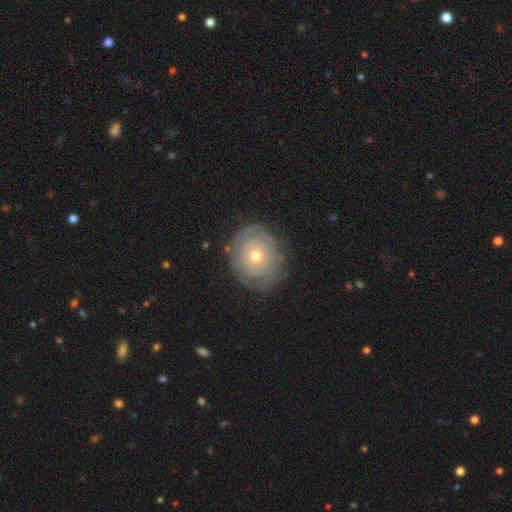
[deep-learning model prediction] This is likely a featured or disk galaxy (65%). It is clearly not viewed edge-on (96%). Bar: clearly no (87%). Spiral arm pattern: likely yes (72%). Central bulge: possibly moderate (57%). Merging: likely none (79%).